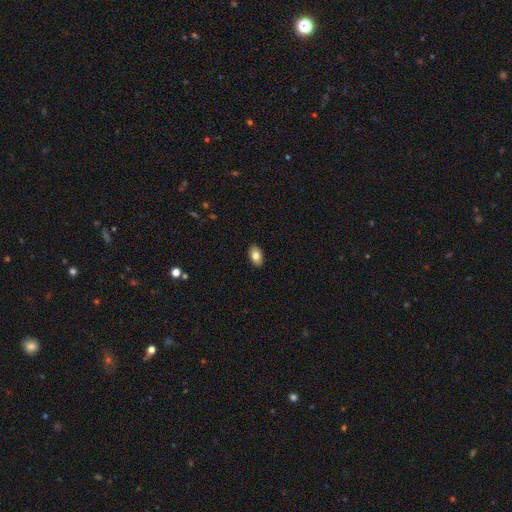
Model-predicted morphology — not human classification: Smooth or featured?
  - smooth: 83% *
  - featured or disk: 10%
  - star or artifact: 7%
How rounded?
  - in between: 92% *
  - round: 7%
  - cigar-shaped: 1%
Merging?
  - none: 90% *
  - minor disturbance: 7%
  - major disturbance: 2%
  - merger: 1%